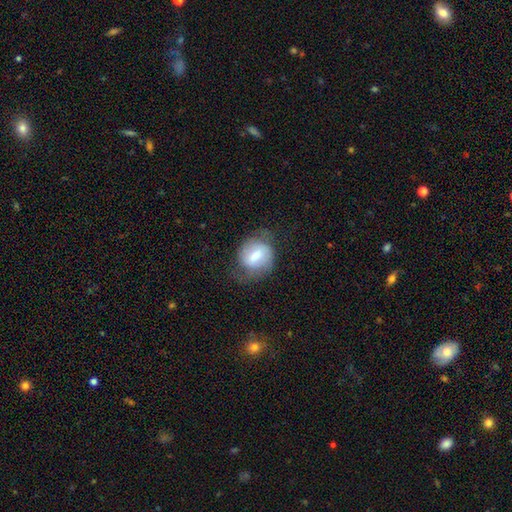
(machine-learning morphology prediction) Smooth or featured?
  - featured or disk: 47% *
  - smooth: 46%
  - star or artifact: 7%
Merging?
  - none: 61% *
  - minor disturbance: 23%
  - major disturbance: 14%
  - merger: 1%